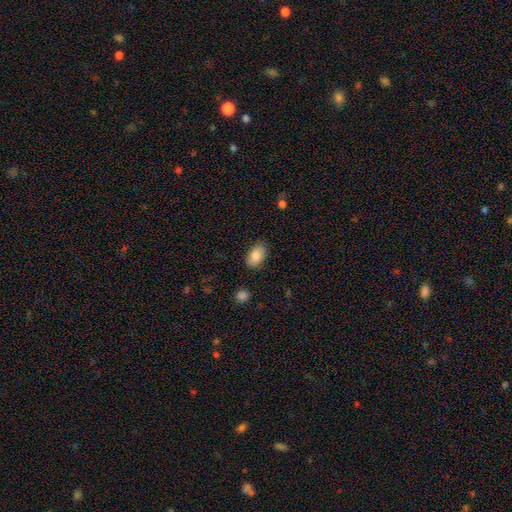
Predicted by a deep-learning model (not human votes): Overall: smooth (84%). How rounded: in between (93%). Merging: none (84%).